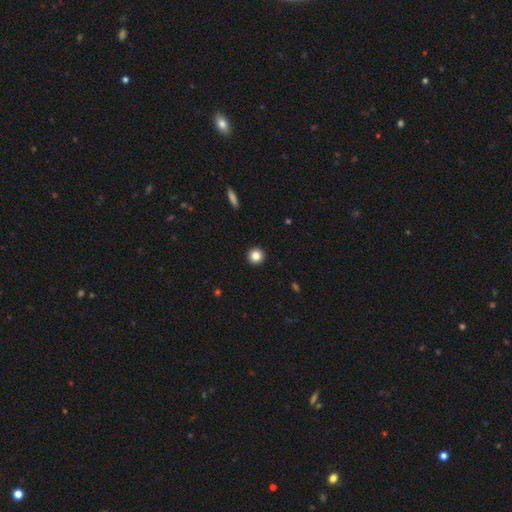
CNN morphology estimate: A smooth galaxy with no disk features (85%) that is round (95%). Merging: none (93%).